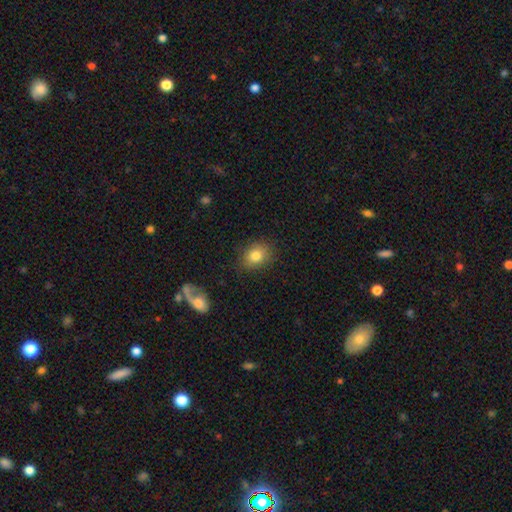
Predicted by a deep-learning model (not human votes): The model was most divided on "how rounded": in between: 56%, round: 43%, cigar-shaped: 1%. More confident: merging — none (84%); smooth or featured — smooth (81%).